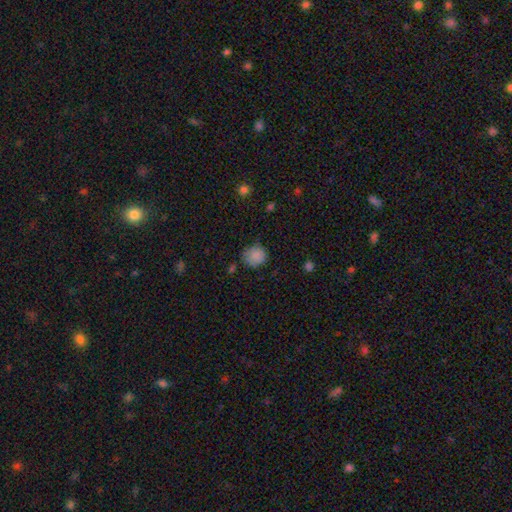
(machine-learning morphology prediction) smooth_or_featured: smooth (p=0.84) [alt: star or artifact p=0.10]
how_rounded: round (p=0.82) [alt: in between p=0.17]
merging: none (p=0.66) [alt: minor disturbance p=0.26]